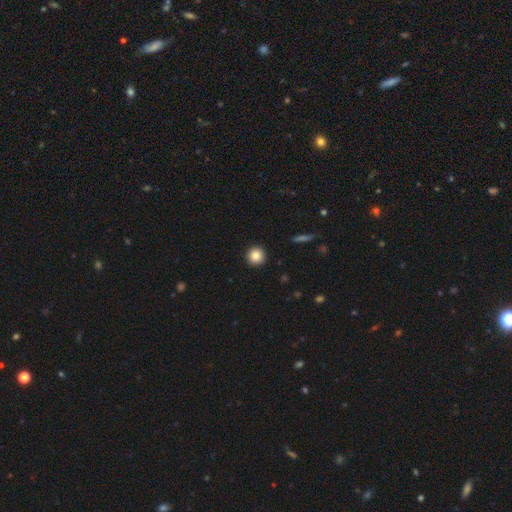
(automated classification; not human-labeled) Smooth or featured: smooth — 85% (star or artifact — 9%)
How rounded: round — 95% (in between — 4%)
Merging: none — 93% (minor disturbance — 4%)